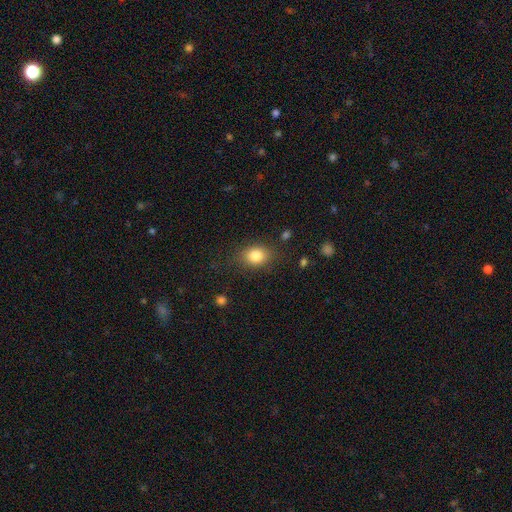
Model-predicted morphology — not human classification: A smooth galaxy with no disk features (82%) that is in between round and cigar-shaped (60%).

Vote fractions:
- Smooth or featured? smooth: 82% / star or artifact: 10% / featured or disk: 8%
- How rounded? in between: 60% / round: 39% / cigar-shaped: 1%
- Merging? none: 80% / minor disturbance: 14% / major disturbance: 5% / merger: 2%